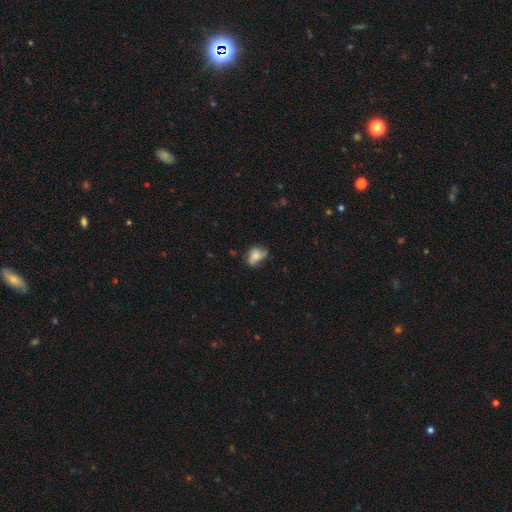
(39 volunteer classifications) This appears to be a smooth galaxy with no disk features (46%, tied with featured or disk) that is in between round and cigar-shaped (72%). Merging: none (53%).